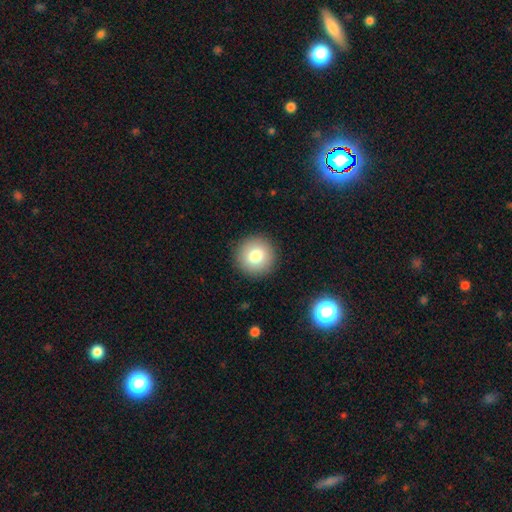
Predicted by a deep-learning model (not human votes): Morphology: type=smooth (78%); roundness=round (95%); merging=none (92%).